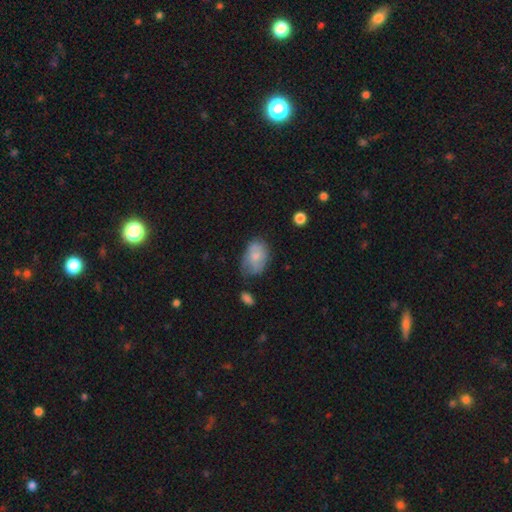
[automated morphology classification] type=smooth (73%); roundness=in between (88%); merging=none (50%).